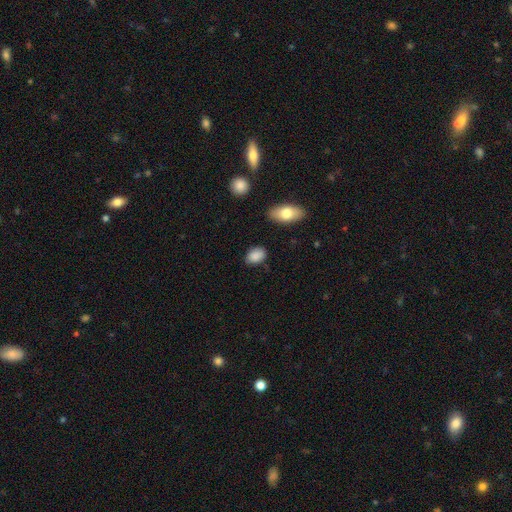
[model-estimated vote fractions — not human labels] This is clearly a smooth galaxy (88%). How rounded: clearly in between (80%). Merging: clearly none (81%).